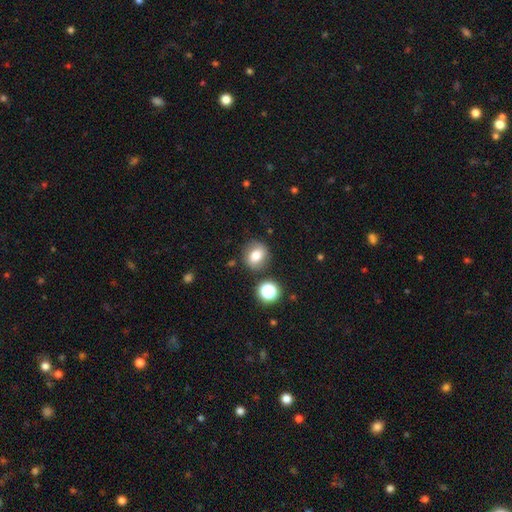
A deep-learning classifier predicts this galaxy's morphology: smooth-or-featured: smooth: 71% | featured or disk: 17% | star or artifact: 12%
  how-rounded: round: 72% | in between: 26% | cigar-shaped: 1%
  merging: none: 78% | minor disturbance: 13% | merger: 5% | major disturbance: 4%